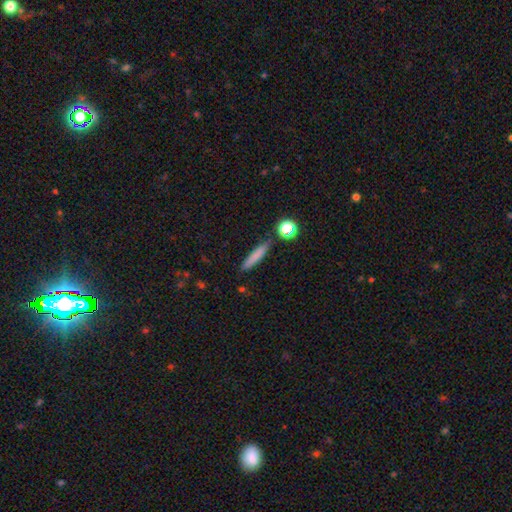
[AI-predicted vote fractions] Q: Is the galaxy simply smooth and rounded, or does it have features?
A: smooth — 76%.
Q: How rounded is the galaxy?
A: cigar-shaped — 89%.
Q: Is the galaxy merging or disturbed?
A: none — 83%.